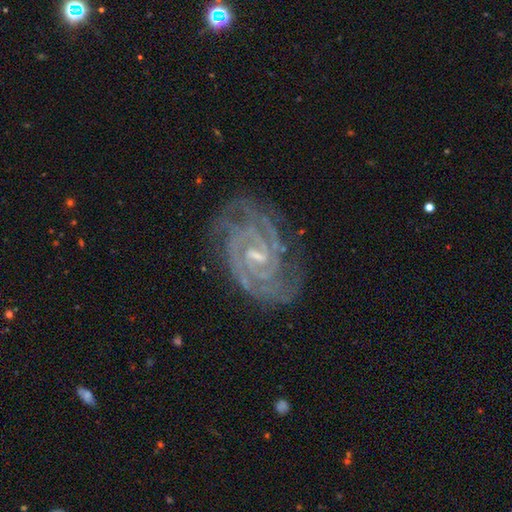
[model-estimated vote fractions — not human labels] smooth_or_featured: featured or disk (p=0.91) [alt: star or artifact p=0.06]
disk_edge_on: no (p=0.97) [alt: yes p=0.03]
bar: weak (p=0.49) [alt: no p=0.35]
has_spiral_arms: yes (p=0.99) [alt: no p=0.01]
spiral_winding: tight (p=0.73) [alt: medium p=0.24]
spiral_arm_count: 2 (p=0.48) [alt: 3 p=0.20]
bulge_size: small (p=0.63) [alt: moderate p=0.31]
merging: none (p=0.78) [alt: minor disturbance p=0.16]